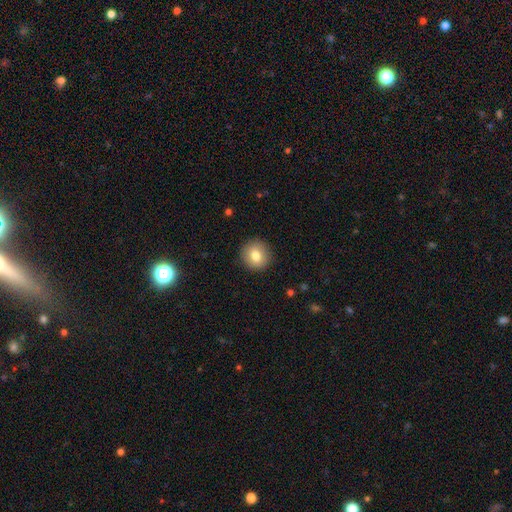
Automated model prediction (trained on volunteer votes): A smooth galaxy with no disk features (81%) that is round (92%).

Vote fractions:
- Smooth or featured? smooth: 81% / featured or disk: 10% / star or artifact: 9%
- How rounded? round: 92% / in between: 8% / cigar-shaped: 1%
- Merging? none: 91% / minor disturbance: 6% / major disturbance: 2% / merger: 1%